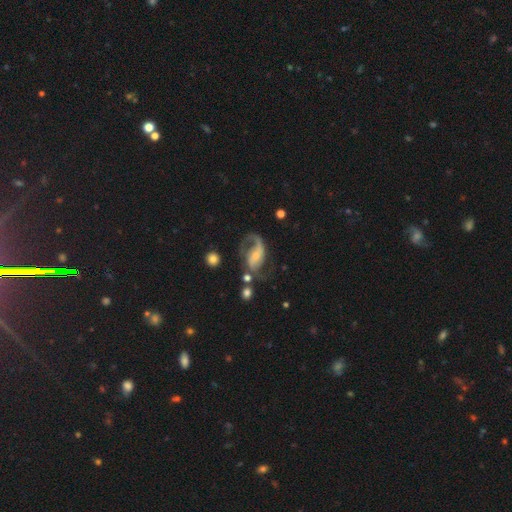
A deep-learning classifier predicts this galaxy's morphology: A featured or disk galaxy (82%) with no bar (42%), 2 (69%) loose (50%) spiral arms (93%) and a small central bulge (55%).

Vote fractions:
- Smooth or featured? featured or disk: 82% / smooth: 12% / star or artifact: 6%
- Edge-on disk? no: 97% / yes: 3%
- Bar? no: 42% / weak: 37% / strong: 21%
- Spiral arms? yes: 93% / no: 7%
- Spiral winding? loose: 50% / medium: 40% / tight: 10%
- Spiral arm count? 2: 69% / 1: 24% / can't tell: 4% / 3: 1% / 4: 1% / more than 4: 1%
- Bulge size? small: 55% / moderate: 34% / none: 5% / large: 5% / dominant: 2%
- Merging? none: 45% / major disturbance: 28% / minor disturbance: 20% / merger: 7%